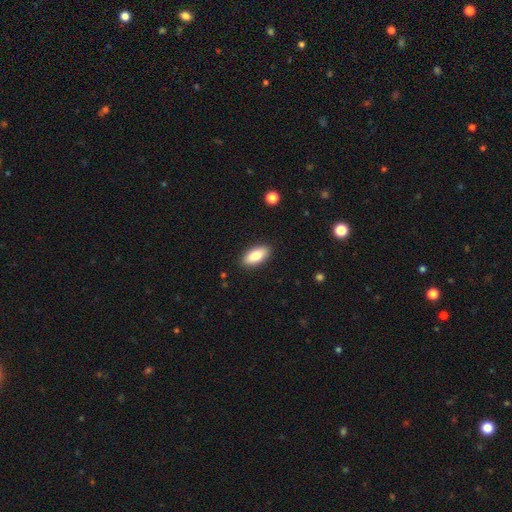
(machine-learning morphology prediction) A smooth galaxy with no disk features (82%) that is in between round and cigar-shaped (88%).

Vote fractions:
- Smooth or featured? smooth: 82% / featured or disk: 11% / star or artifact: 6%
- How rounded? in between: 88% / cigar-shaped: 10% / round: 2%
- Merging? none: 89% / minor disturbance: 8% / major disturbance: 2% / merger: 1%